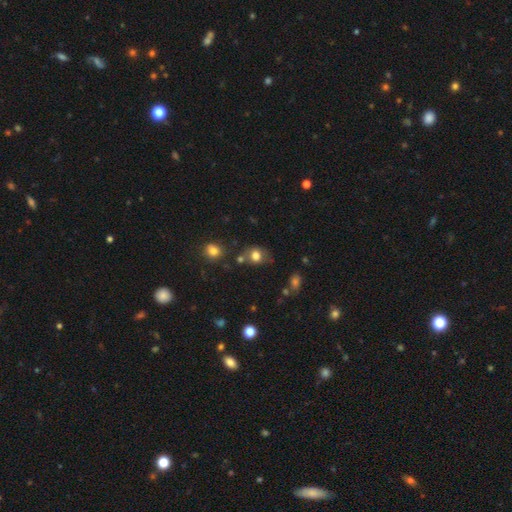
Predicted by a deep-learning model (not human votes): Q: Smooth or featured?
A: smooth (78%); runner-up: star or artifact (13%)
Q: How rounded?
A: round (64%); runner-up: in between (35%)
Q: Merging?
A: none (61%); runner-up: minor disturbance (19%)